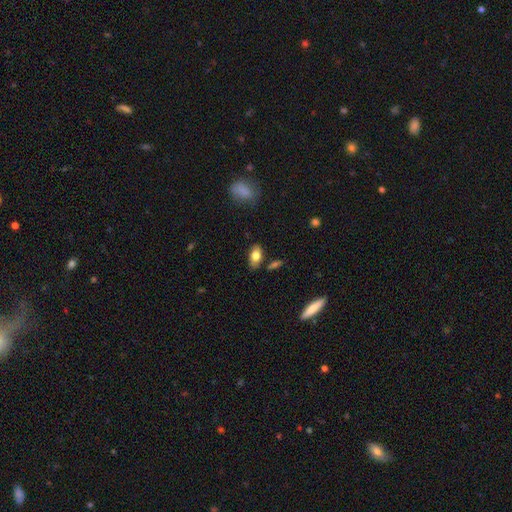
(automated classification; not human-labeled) smooth_or_featured: smooth (p=0.77) [alt: featured or disk p=0.16]
how_rounded: in between (p=0.90) [alt: round p=0.06]
merging: none (p=0.81) [alt: minor disturbance p=0.13]